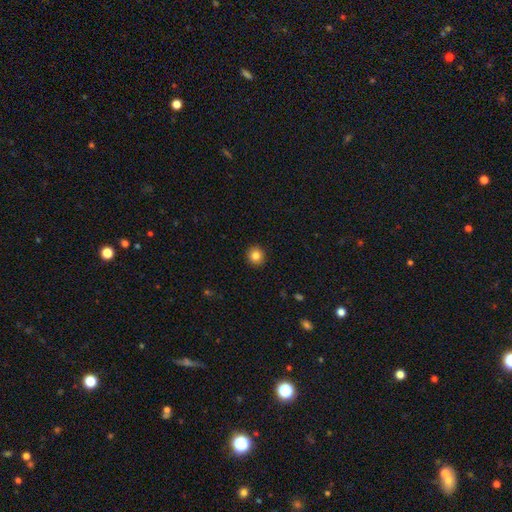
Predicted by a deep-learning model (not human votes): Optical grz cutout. It shows a smooth galaxy with no disk features (84%) that is round (90%). Merging: none (92%).